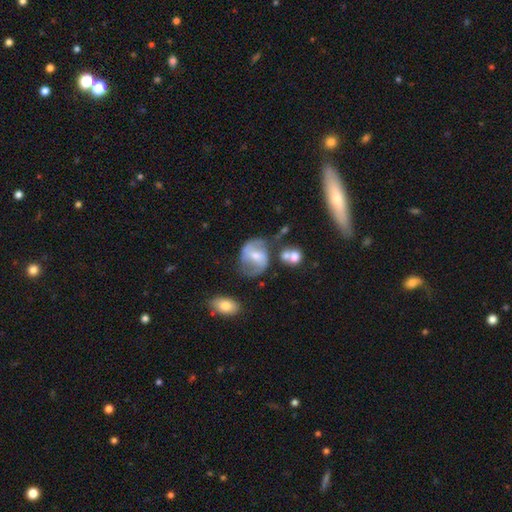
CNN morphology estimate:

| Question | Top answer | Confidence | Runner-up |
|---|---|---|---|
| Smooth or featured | featured or disk | 74% | smooth (19%) |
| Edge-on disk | no | 96% | yes (4%) |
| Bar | weak | 44% | strong (32%) |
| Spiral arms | yes | 87% | no (13%) |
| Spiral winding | medium | 48% | loose (31%) |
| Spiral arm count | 2 | 86% | can't tell (8%) |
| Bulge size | moderate | 48% | small (44%) |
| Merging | none | 60% | minor disturbance (19%) |